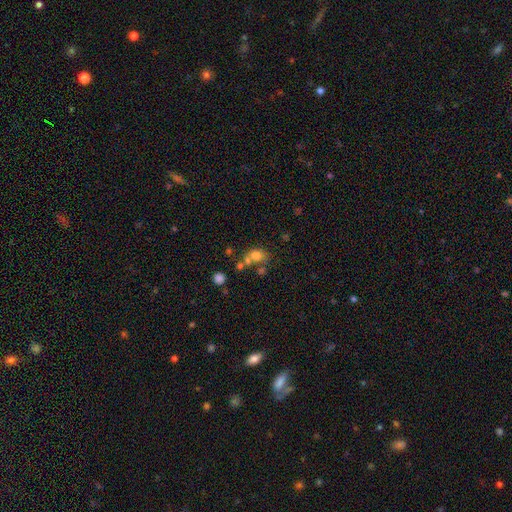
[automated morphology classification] Smooth or featured? Predicted: smooth (p=0.72). How rounded? Predicted: round (p=0.50). Merging? Predicted: none (p=0.45).